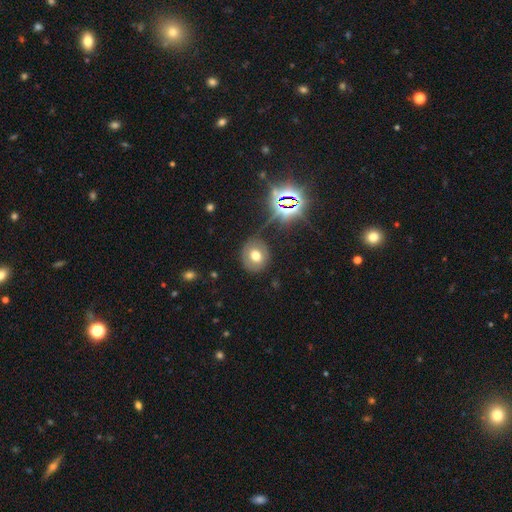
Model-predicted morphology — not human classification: Smooth or featured?
  - smooth: 60% *
  - featured or disk: 20%
  - star or artifact: 20%
How rounded?
  - round: 73% *
  - in between: 26%
  - cigar-shaped: 1%
Merging?
  - none: 80% *
  - minor disturbance: 13%
  - major disturbance: 5%
  - merger: 2%